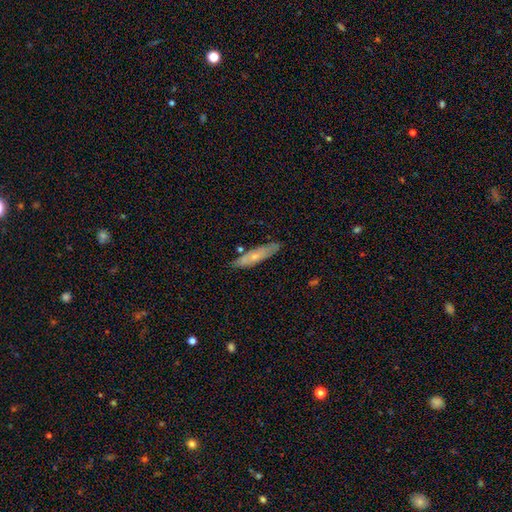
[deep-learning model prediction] This appears to be a smooth galaxy with no disk features (56%) that is cigar-shaped (71%). Merging: none (79%).